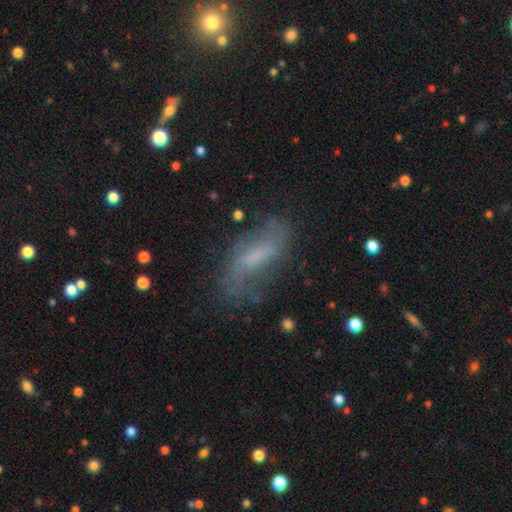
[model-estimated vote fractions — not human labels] smooth-or-featured: featured or disk: 52% | smooth: 37% | star or artifact: 11%
  disk-edge-on: no: 85% | yes: 15%
  merging: none: 56% | minor disturbance: 24% | major disturbance: 17% | merger: 3%